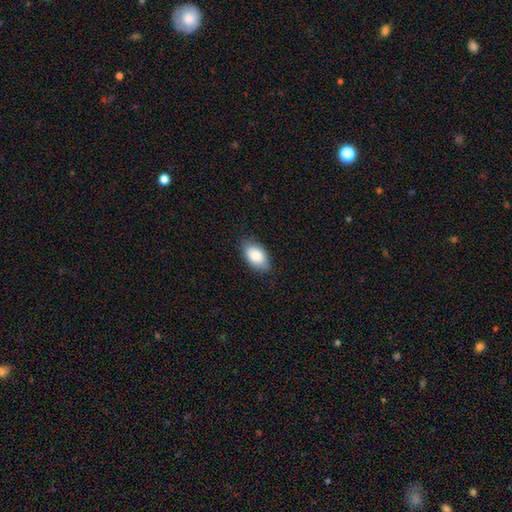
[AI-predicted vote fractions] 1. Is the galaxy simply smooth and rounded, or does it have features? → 86% smooth, 8% featured or disk, 6% star or artifact.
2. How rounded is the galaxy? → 93% in between, 5% round, 2% cigar-shaped.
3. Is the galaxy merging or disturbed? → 82% none, 14% minor disturbance, 3% major disturbance, 1% merger.